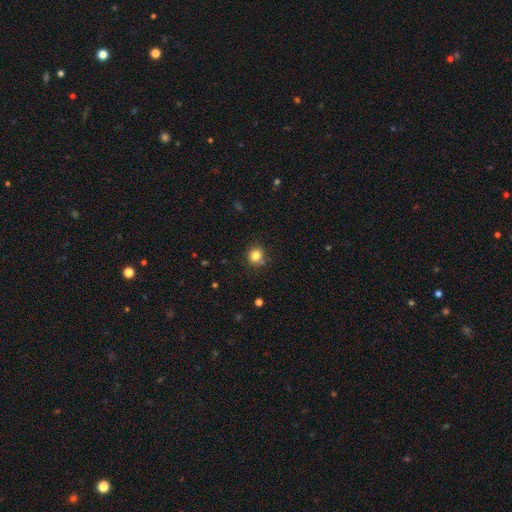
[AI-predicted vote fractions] Smooth or featured: smooth — 82% (star or artifact — 12%)
How rounded: round — 85% (in between — 14%)
Merging: none — 79% (minor disturbance — 12%)